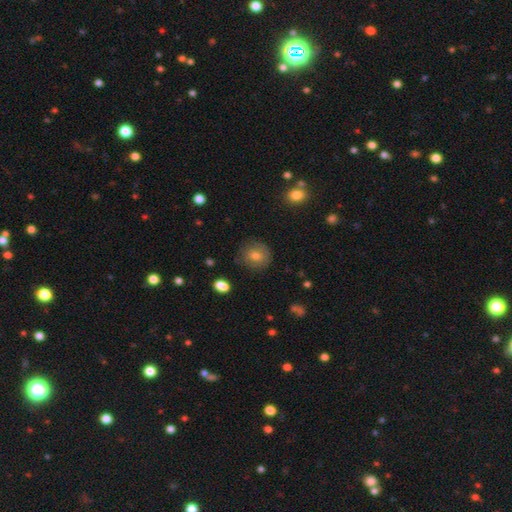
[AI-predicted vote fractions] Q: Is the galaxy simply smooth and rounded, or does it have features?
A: smooth — 72%.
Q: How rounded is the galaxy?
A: round — 85%.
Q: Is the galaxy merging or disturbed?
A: none — 82%.